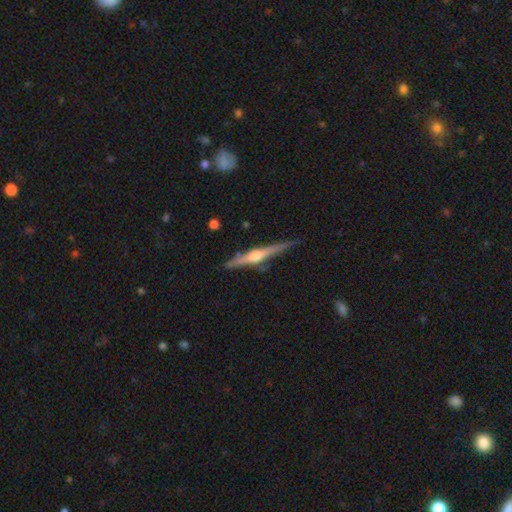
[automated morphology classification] smooth_or_featured: featured or disk (p=0.78) [alt: smooth p=0.16]
disk_edge_on: yes (p=0.98) [alt: no p=0.02]
edge_on_bulge: rounded (p=0.87) [alt: boxy p=0.08]
merging: none (p=0.84) [alt: minor disturbance p=0.12]